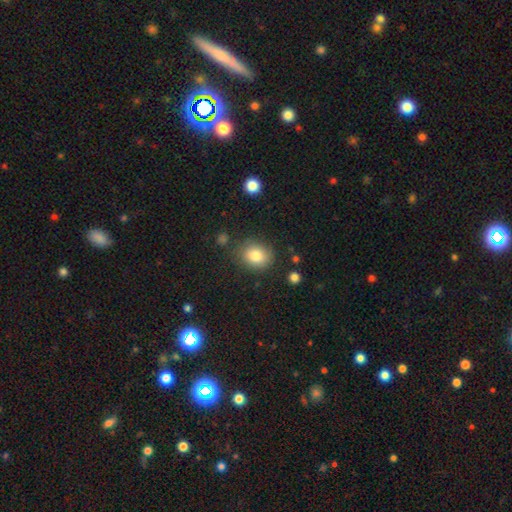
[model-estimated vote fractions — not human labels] A smooth galaxy with no disk features (83%) that is round (57%).

Vote fractions:
- Smooth or featured? smooth: 83% / star or artifact: 9% / featured or disk: 8%
- How rounded? round: 57% / in between: 42% / cigar-shaped: 1%
- Merging? none: 80% / minor disturbance: 13% / major disturbance: 4% / merger: 3%